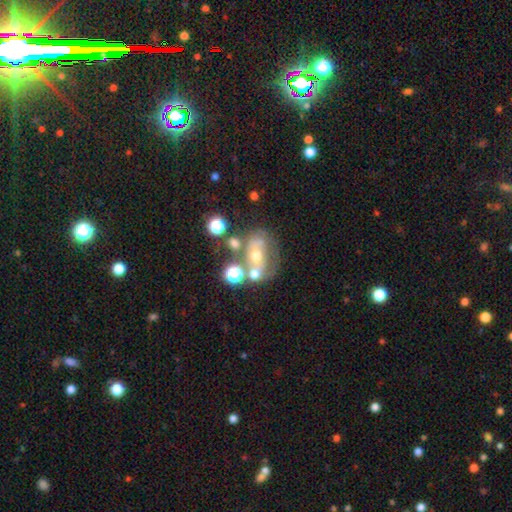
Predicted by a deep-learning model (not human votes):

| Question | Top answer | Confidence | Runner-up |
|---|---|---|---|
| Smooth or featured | featured or disk | 47% | smooth (36%) |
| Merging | none | 41% | merger (27%) |